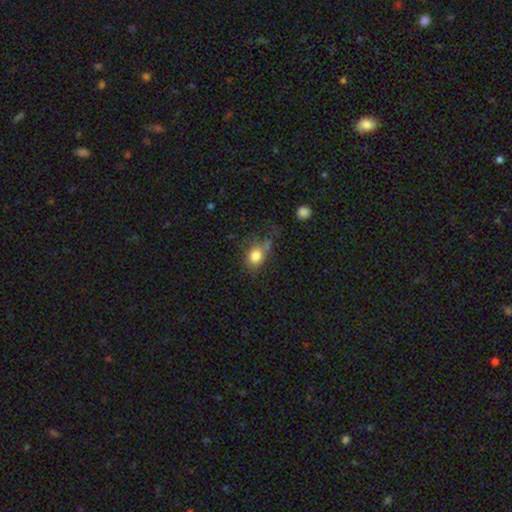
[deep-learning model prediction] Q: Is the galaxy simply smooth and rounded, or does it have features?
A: smooth — 79%.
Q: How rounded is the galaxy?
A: in between — 53%.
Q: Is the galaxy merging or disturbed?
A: none — 46%.